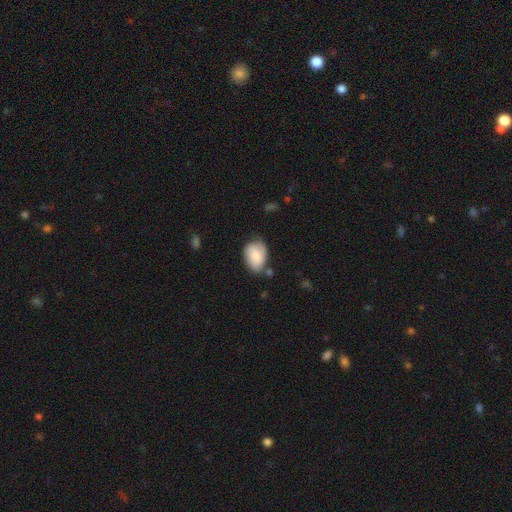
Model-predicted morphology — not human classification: Smooth or featured? smooth (79%)
How rounded? in between (81%)
Merging? none (56%)